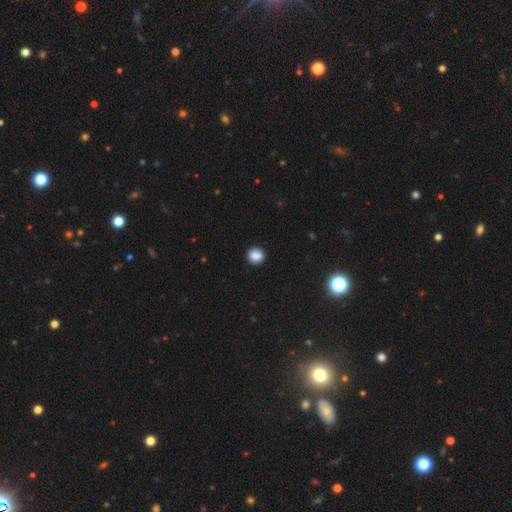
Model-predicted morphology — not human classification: Smooth or featured? smooth (87%)
How rounded? round (83%)
Merging? none (89%)